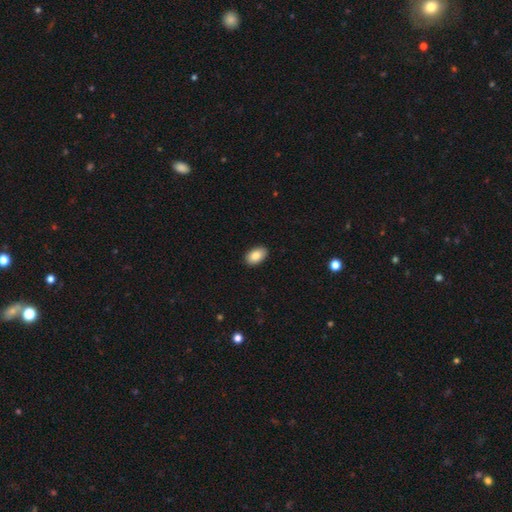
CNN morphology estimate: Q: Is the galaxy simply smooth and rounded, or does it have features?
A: smooth — 88%.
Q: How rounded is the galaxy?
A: in between — 91%.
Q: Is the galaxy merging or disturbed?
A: none — 89%.